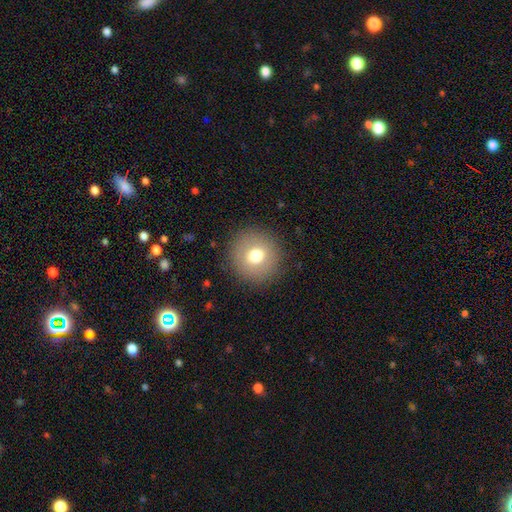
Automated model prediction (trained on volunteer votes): Smooth or featured: smooth — 72% (featured or disk — 17%)
How rounded: round — 95% (in between — 5%)
Merging: none — 89% (minor disturbance — 7%)